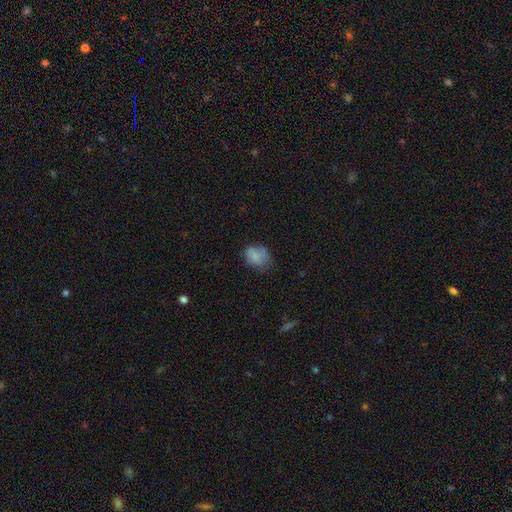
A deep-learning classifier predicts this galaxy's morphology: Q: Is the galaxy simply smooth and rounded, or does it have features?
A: smooth — 77%.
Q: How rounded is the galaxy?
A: in between — 58%.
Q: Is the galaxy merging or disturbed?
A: none — 52%.